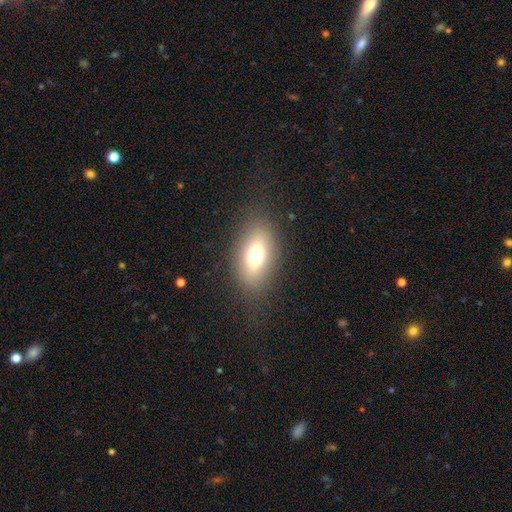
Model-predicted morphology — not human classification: smooth 69%, featured or disk 19%, star or artifact 12%. Down the decision tree: how rounded — in between (84%); merging — none (82%).